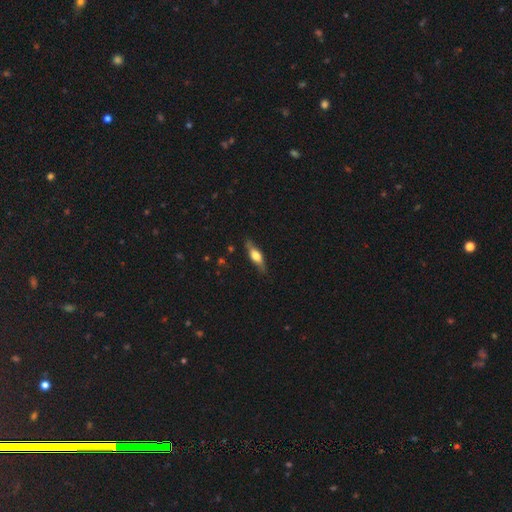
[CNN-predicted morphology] Overall: smooth (49%; featured or disk 44%). Merging: none (76%).